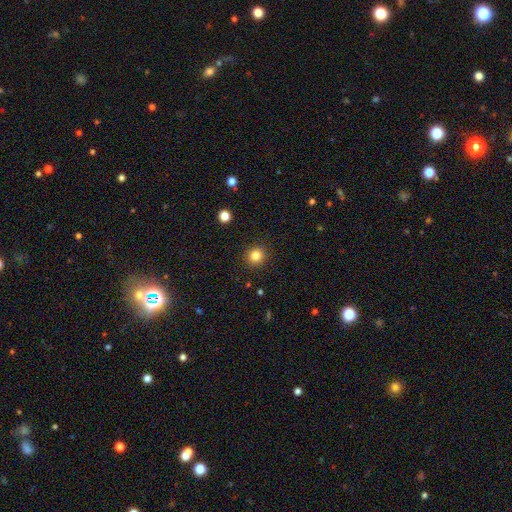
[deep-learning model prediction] Q: Smooth or featured?
A: smooth (83%); runner-up: star or artifact (12%)
Q: How rounded?
A: round (92%); runner-up: in between (8%)
Q: Merging?
A: none (92%); runner-up: minor disturbance (5%)